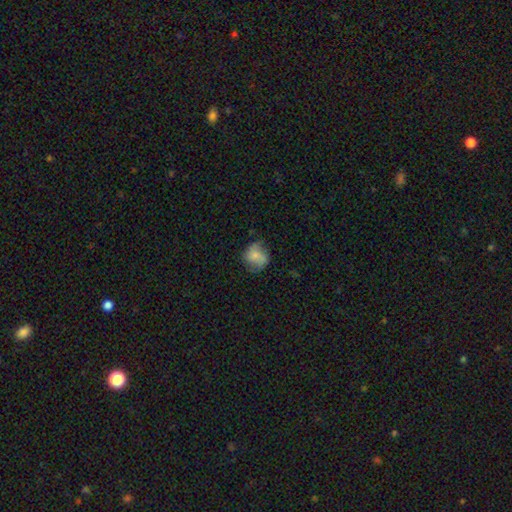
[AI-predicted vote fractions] A smooth galaxy with no disk features (60%) that is round (69%). Merging: none (56%).